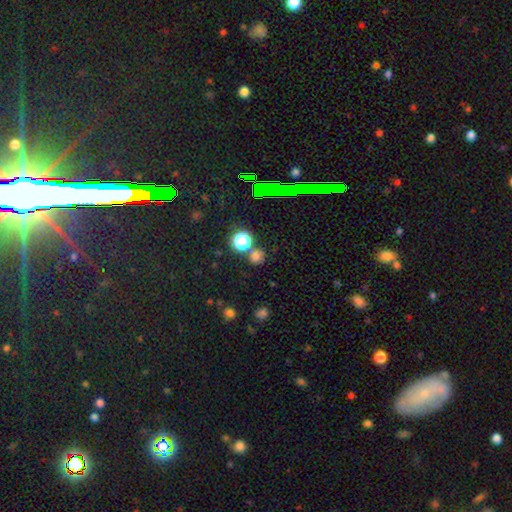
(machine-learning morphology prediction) Q: Smooth or featured?
A: smooth (66%); runner-up: star or artifact (27%)
Q: How rounded?
A: round (83%); runner-up: in between (16%)
Q: Merging?
A: none (70%); runner-up: merger (17%)